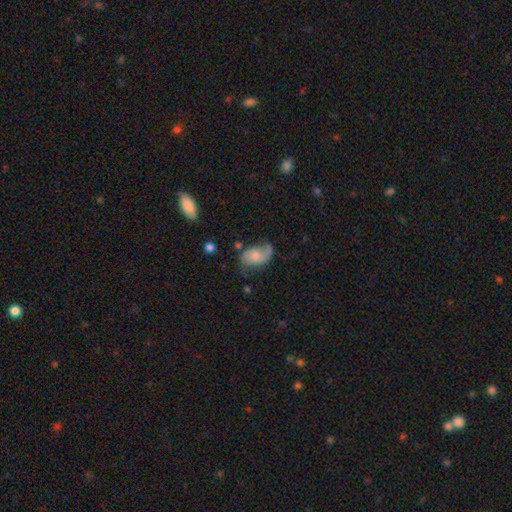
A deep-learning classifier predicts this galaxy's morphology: Smooth or featured?
  - featured or disk: 62% *
  - smooth: 31%
  - star or artifact: 8%
Edge-on disk?
  - no: 97% *
  - yes: 3%
Bar?
  - no: 64% *
  - weak: 31%
  - strong: 5%
Spiral arms?
  - yes: 89% *
  - no: 11%
Spiral winding?
  - loose: 52% *
  - medium: 35%
  - tight: 13%
Spiral arm count?
  - 2: 72% *
  - 1: 18%
  - can't tell: 7%
  - 3: 1%
  - 4: 1%
  - more than 4: 1%
Bulge size?
  - moderate: 38% *
  - small: 34%
  - none: 16%
  - large: 9%
  - dominant: 2%
Merging?
  - none: 53% *
  - minor disturbance: 27%
  - major disturbance: 16%
  - merger: 4%